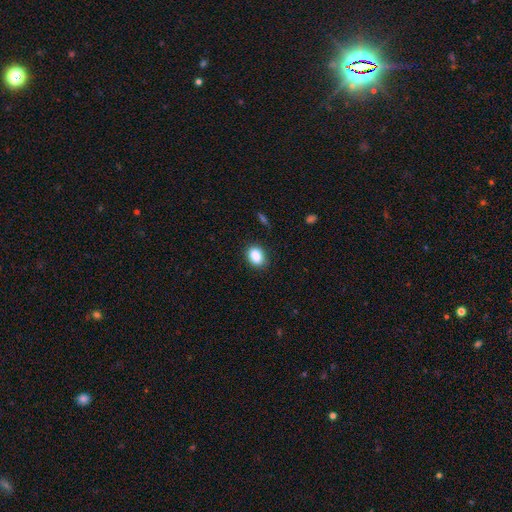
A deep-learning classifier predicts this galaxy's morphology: A smooth galaxy with no disk features (88%) that is in between round and cigar-shaped (72%). Merging: none (84%).